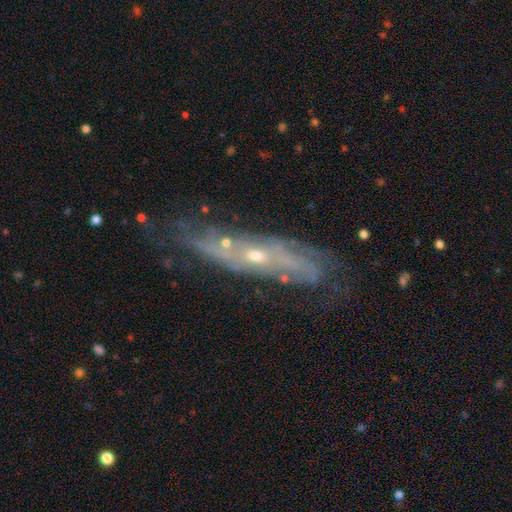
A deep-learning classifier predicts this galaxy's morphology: Smooth or featured? featured or disk (76%)
Edge-on disk? no (61%)
Merging? none (69%)